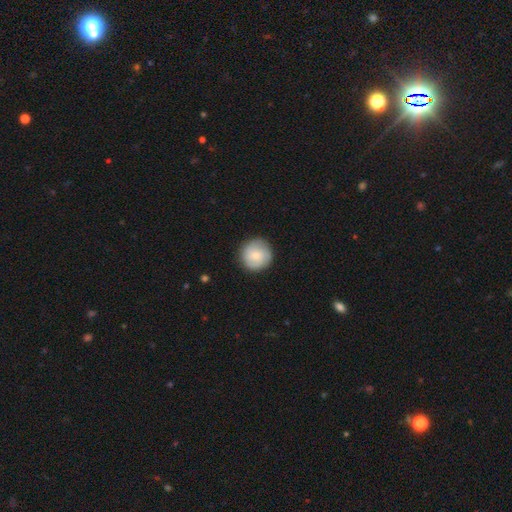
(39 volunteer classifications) Volunteers were most divided on "smooth or featured": smooth: 69%, featured or disk: 21%, star or artifact: 10%. More confident: how rounded — round (96%); merging — none (86%).